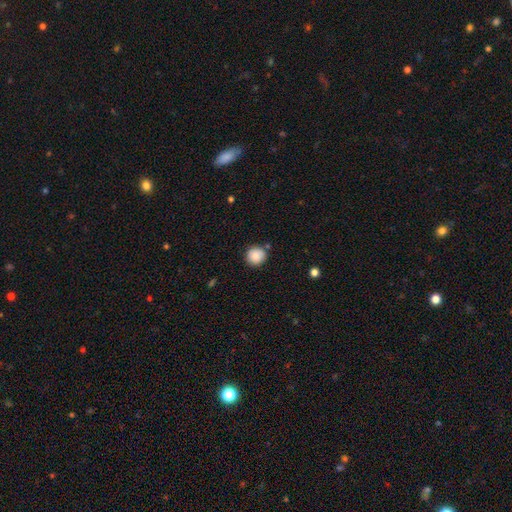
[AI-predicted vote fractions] The model was most divided on "merging": none: 83%, minor disturbance: 11%, merger: 4%, major disturbance: 2%. More confident: how rounded — round (93%); smooth or featured — smooth (86%).